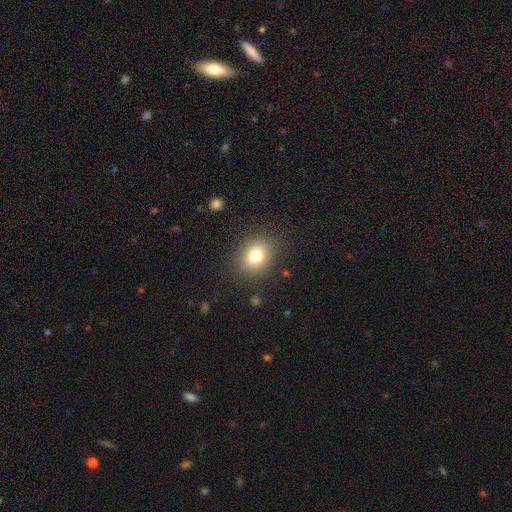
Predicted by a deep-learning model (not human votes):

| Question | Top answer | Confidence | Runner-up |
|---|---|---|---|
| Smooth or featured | smooth | 77% | star or artifact (12%) |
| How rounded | round | 57% | in between (42%) |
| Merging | none | 85% | minor disturbance (10%) |